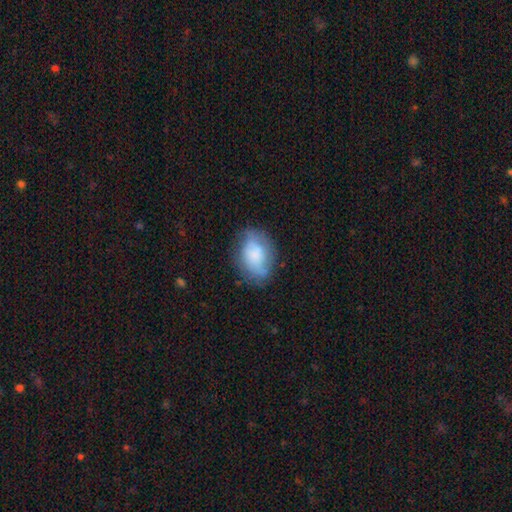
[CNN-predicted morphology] This is possibly a smooth galaxy (59%). How rounded: likely in between (78%). Merging: likely none (75%).